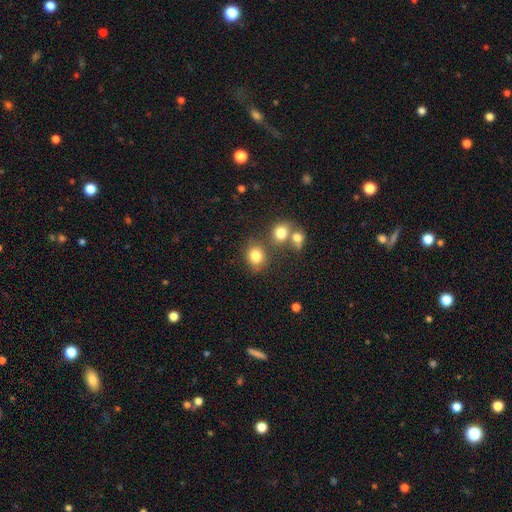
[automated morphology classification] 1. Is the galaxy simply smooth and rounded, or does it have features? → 81% smooth, 12% star or artifact, 7% featured or disk.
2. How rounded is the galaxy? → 72% round, 27% in between, 1% cigar-shaped.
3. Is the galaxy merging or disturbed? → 65% none, 20% merger, 11% minor disturbance, 5% major disturbance.